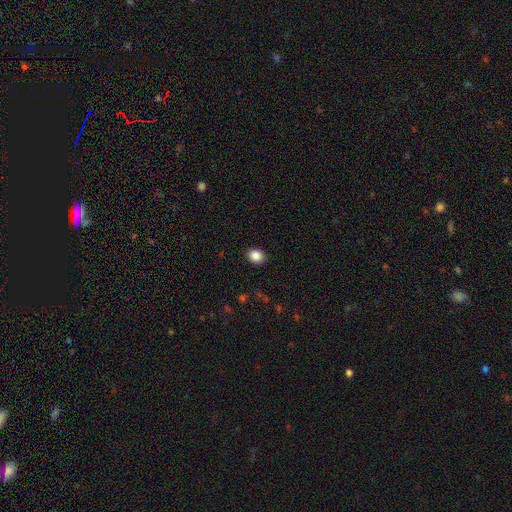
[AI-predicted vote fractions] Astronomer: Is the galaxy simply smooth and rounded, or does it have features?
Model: smooth — 87%.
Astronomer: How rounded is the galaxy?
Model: round — 55% (runner-up: in between, 44%).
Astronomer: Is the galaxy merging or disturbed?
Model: none — 90%.